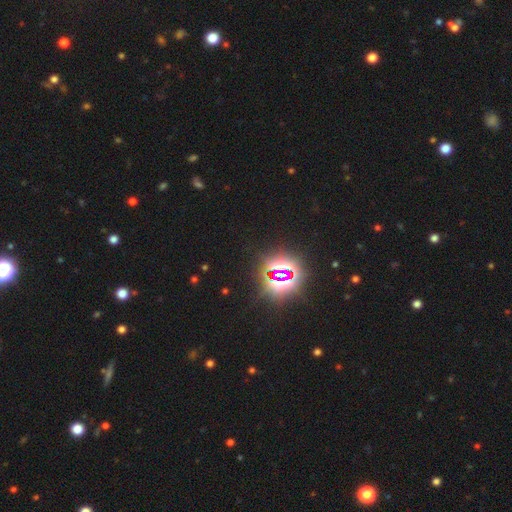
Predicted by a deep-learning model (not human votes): star or artifact 80%, smooth 13%, featured or disk 7%.